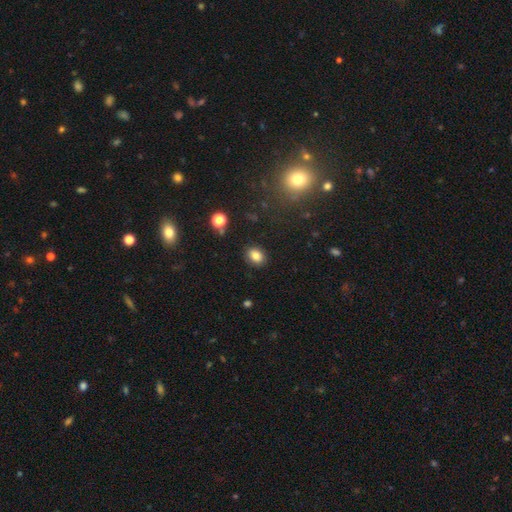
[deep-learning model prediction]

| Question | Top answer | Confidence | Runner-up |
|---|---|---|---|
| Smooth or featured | smooth | 83% | star or artifact (11%) |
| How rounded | in between | 61% | round (38%) |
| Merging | none | 87% | minor disturbance (8%) |